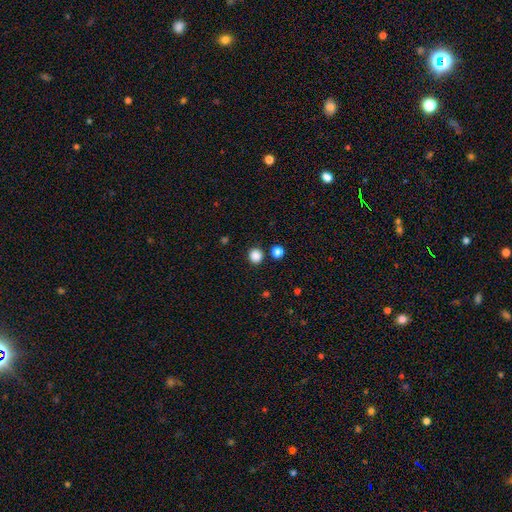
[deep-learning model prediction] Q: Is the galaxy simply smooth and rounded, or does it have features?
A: smooth — 86%.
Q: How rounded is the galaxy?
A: round — 92%.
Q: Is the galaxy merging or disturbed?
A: none — 88%.